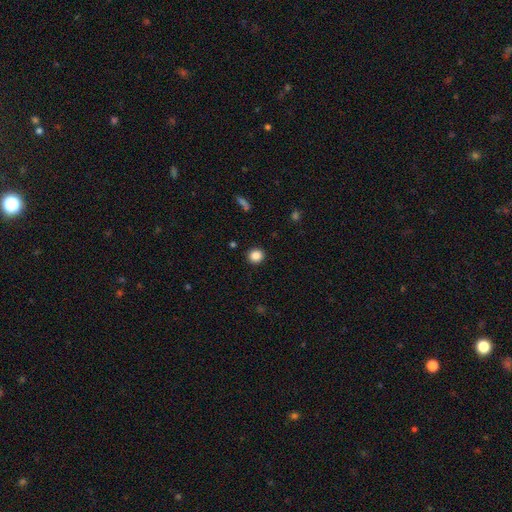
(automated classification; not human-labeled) This is clearly a smooth galaxy (87%). How rounded: clearly round (87%). Merging: clearly none (91%).